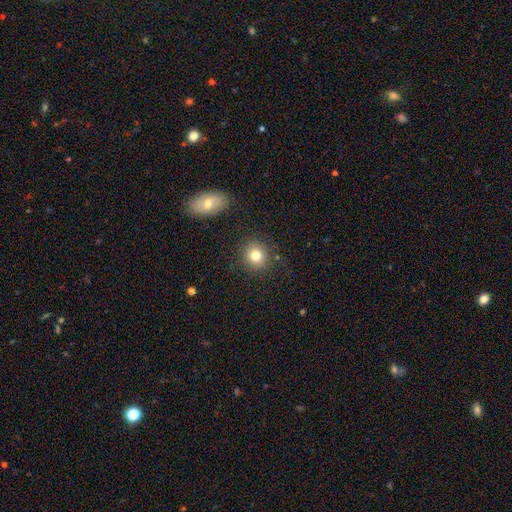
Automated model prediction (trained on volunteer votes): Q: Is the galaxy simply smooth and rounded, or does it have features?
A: smooth — 79%.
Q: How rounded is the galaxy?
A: round — 84%.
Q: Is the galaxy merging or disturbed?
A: none — 86%.